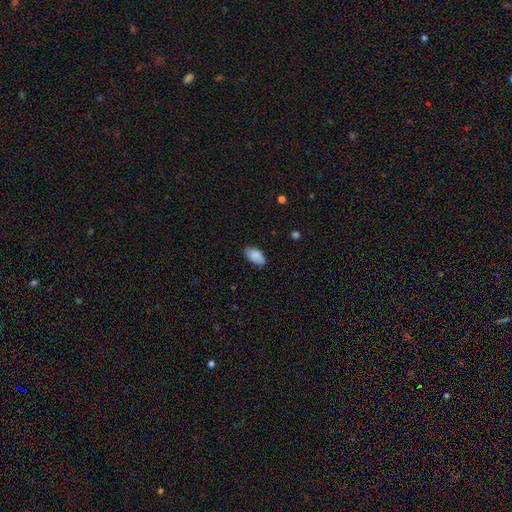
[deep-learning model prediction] smooth 87%, star or artifact 7%, featured or disk 6%. Down the decision tree: how rounded — in between (95%); merging — none (80%).